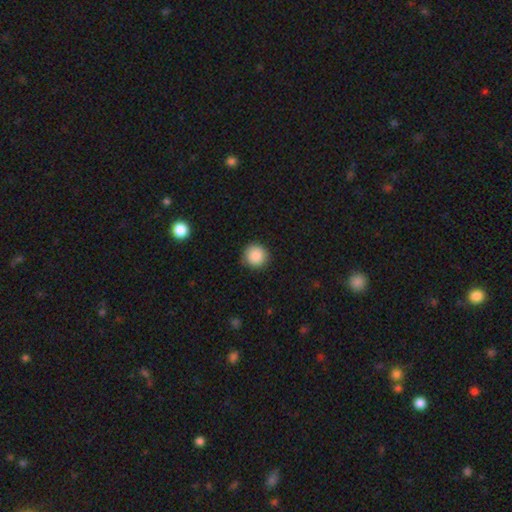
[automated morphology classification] Smooth or featured? smooth (88%)
How rounded? round (95%)
Merging? none (90%)